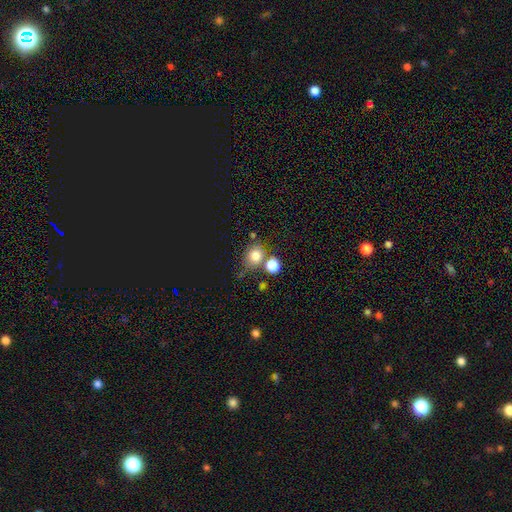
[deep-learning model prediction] A smooth galaxy with no disk features (77%) that is round (68%).

Vote fractions:
- Smooth or featured? smooth: 77% / star or artifact: 15% / featured or disk: 8%
- How rounded? round: 68% / in between: 31% / cigar-shaped: 1%
- Merging? none: 64% / merger: 18% / minor disturbance: 13% / major disturbance: 5%